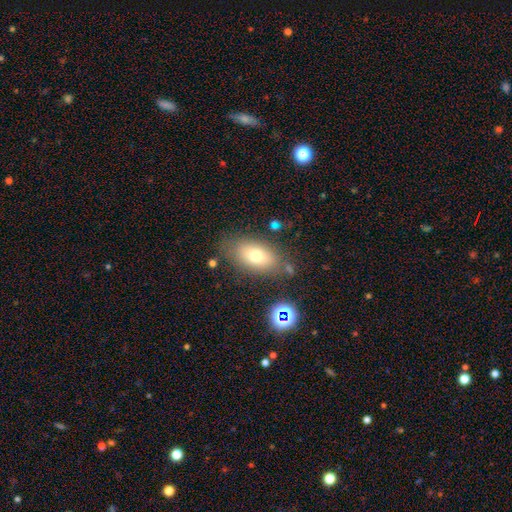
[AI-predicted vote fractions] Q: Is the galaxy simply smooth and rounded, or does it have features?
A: smooth — 72%.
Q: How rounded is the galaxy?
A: in between — 88%.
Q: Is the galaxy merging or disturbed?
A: none — 75%.